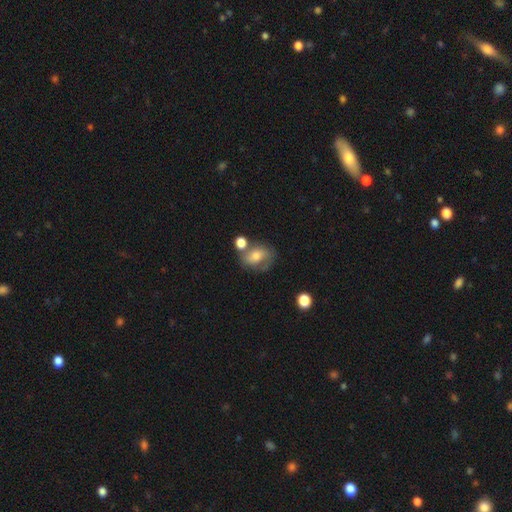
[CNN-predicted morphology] A smooth galaxy with no disk features (57%) that is in between round and cigar-shaped (60%).

Vote fractions:
- Smooth or featured? smooth: 57% / featured or disk: 33% / star or artifact: 11%
- How rounded? in between: 60% / round: 39% / cigar-shaped: 2%
- Merging? none: 48% / merger: 21% / minor disturbance: 20% / major disturbance: 11%